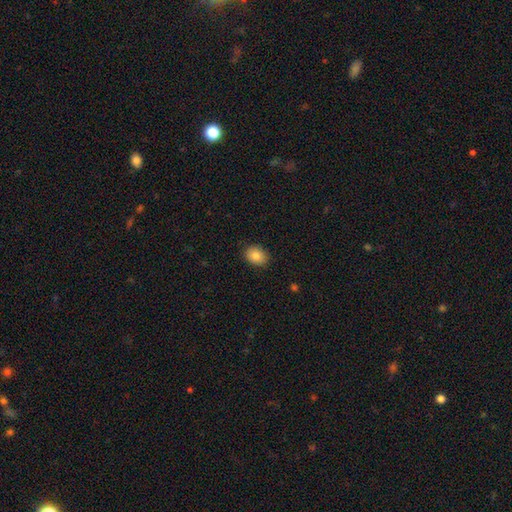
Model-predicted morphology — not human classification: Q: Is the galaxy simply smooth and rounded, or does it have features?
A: smooth — 84%.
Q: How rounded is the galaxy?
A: in between — 62%.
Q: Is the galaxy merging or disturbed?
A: none — 88%.